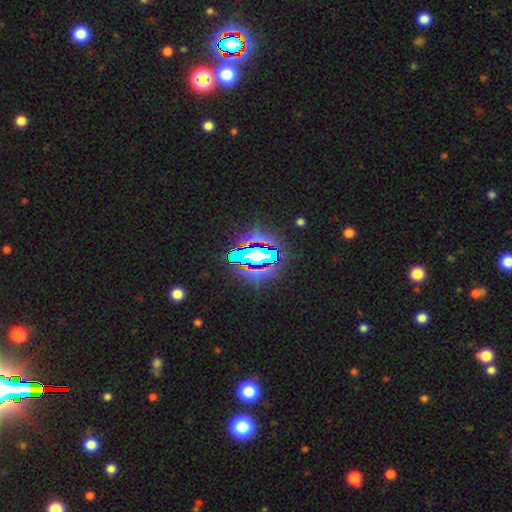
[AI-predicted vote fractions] Overall: star or artifact (67%).